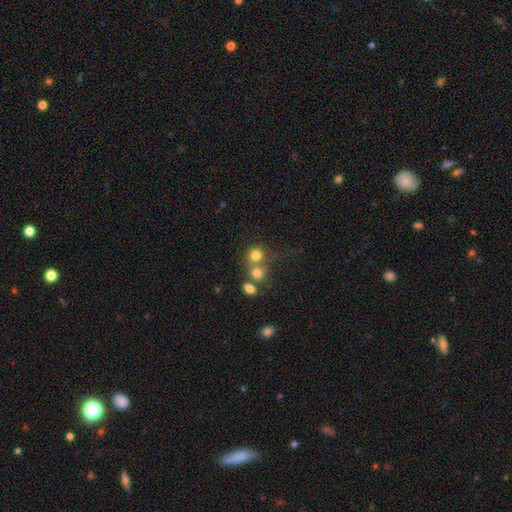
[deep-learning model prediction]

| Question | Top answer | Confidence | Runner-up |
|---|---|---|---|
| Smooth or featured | smooth | 77% | star or artifact (13%) |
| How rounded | round | 84% | in between (15%) |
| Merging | none | 46% | merger (41%) |